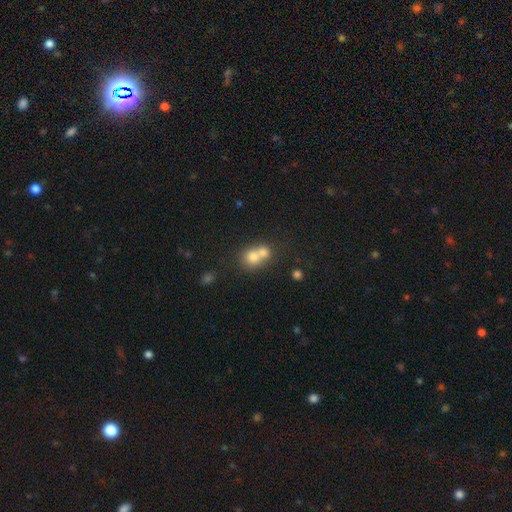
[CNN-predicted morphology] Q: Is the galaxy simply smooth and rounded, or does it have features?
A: smooth — 72%.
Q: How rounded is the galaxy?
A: round — 72%.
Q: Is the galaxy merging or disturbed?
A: merger — 66%.